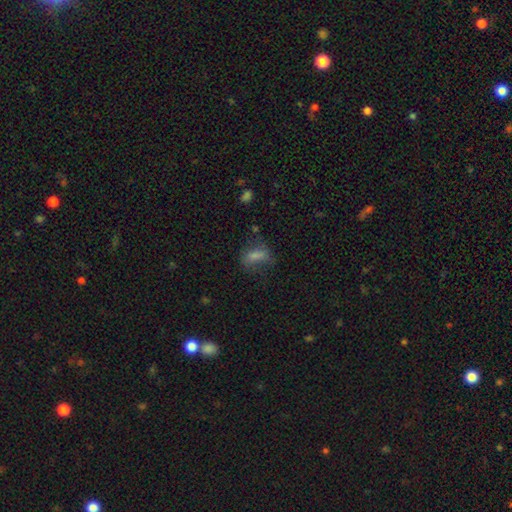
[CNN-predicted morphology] Smooth or featured? Predicted: smooth (p=0.70). How rounded? Predicted: in between (p=0.78). Merging? Predicted: none (p=0.48).